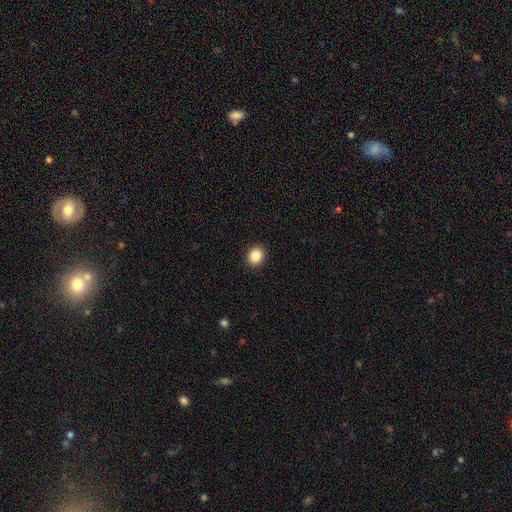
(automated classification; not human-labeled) This appears to be a smooth galaxy with no disk features (86%) that is round (78%). Merging: none (92%).